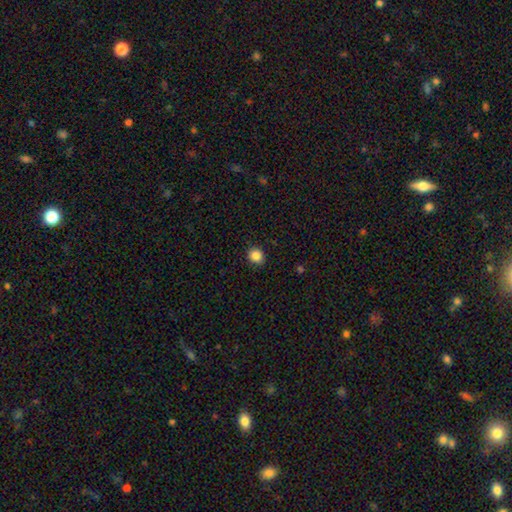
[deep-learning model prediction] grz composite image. It shows a smooth galaxy with no disk features (86%) that is round (79%). Merging: none (90%).